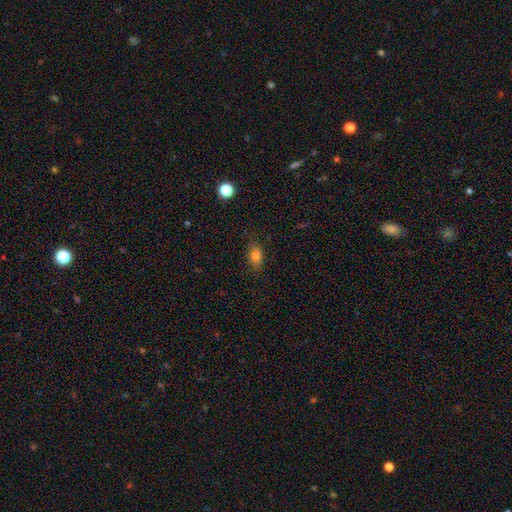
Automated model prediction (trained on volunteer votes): This is clearly a smooth galaxy (81%). How rounded: likely in between (80%). Merging: clearly none (81%).